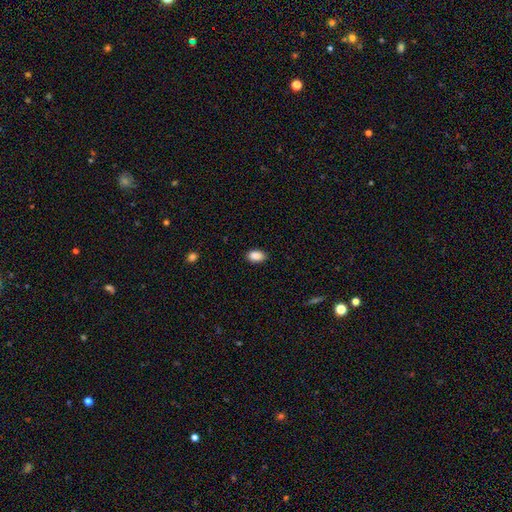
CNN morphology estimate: This is clearly a smooth galaxy (89%). How rounded: clearly in between (91%). Merging: clearly none (88%).